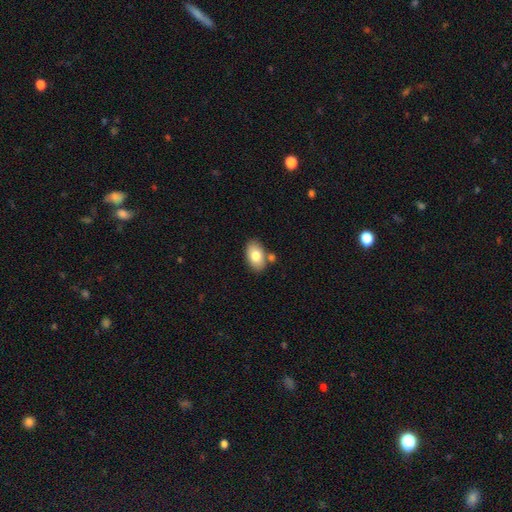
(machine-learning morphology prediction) type=smooth (79%); roundness=in between (90%); merging=none (74%).